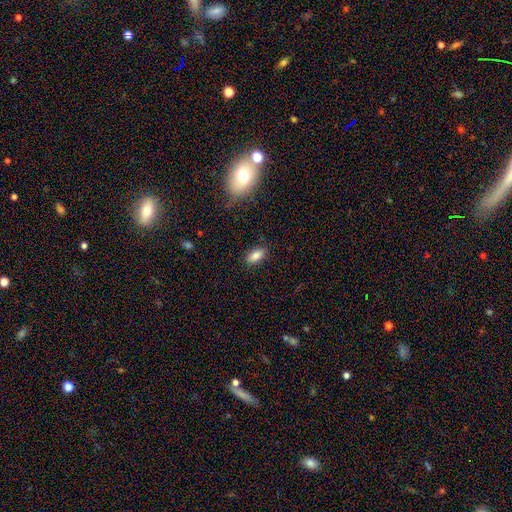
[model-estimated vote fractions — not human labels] smooth-or-featured: smooth: 83% | star or artifact: 9% | featured or disk: 8%
  how-rounded: in between: 89% | cigar-shaped: 6% | round: 5%
  merging: none: 85% | minor disturbance: 11% | major disturbance: 3% | merger: 1%